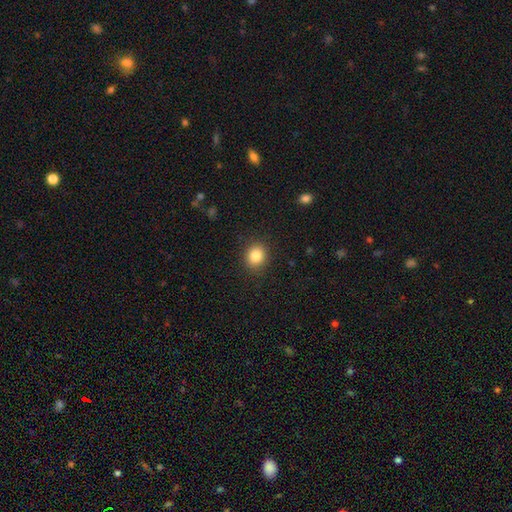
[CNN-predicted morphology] smooth 85%, star or artifact 10%, featured or disk 5%. Down the decision tree: how rounded — round (69%); merging — none (88%).